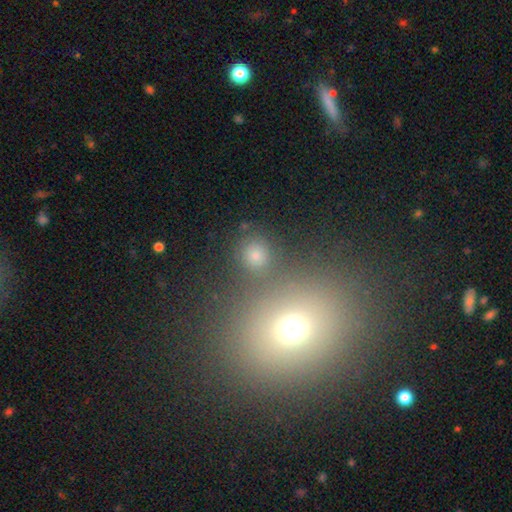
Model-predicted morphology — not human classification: A smooth galaxy with no disk features (69%) that is round (83%).

Vote fractions:
- Smooth or featured? smooth: 69% / star or artifact: 22% / featured or disk: 9%
- How rounded? round: 83% / in between: 16% / cigar-shaped: 1%
- Merging? none: 77% / merger: 12% / minor disturbance: 8% / major disturbance: 4%